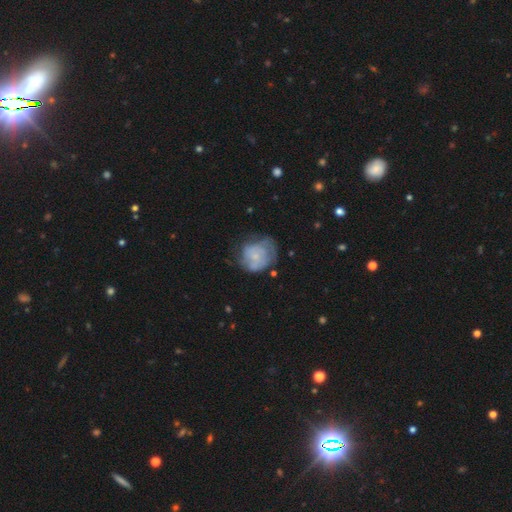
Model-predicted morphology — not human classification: featured or disk 49%, smooth 43%, star or artifact 8%. Down the decision tree: merging — none (42%).